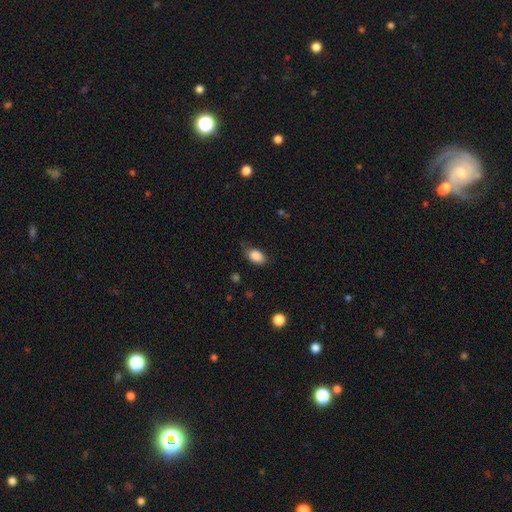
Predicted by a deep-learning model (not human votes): smooth 85%, star or artifact 8%, featured or disk 7%. Down the decision tree: how rounded — in between (87%); merging — none (66%).